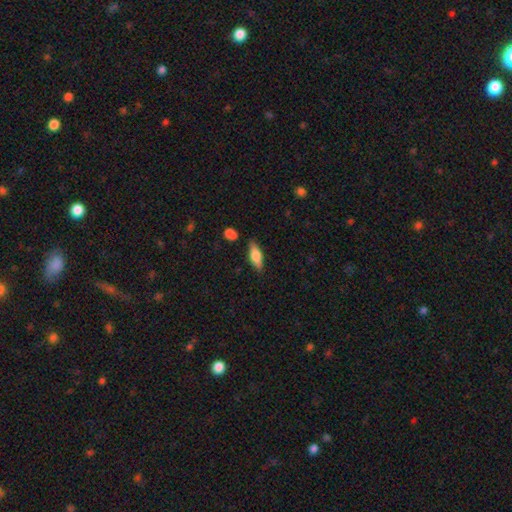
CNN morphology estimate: A smooth galaxy with no disk features (65%) that is in between round and cigar-shaped (67%). Merging: none (79%).